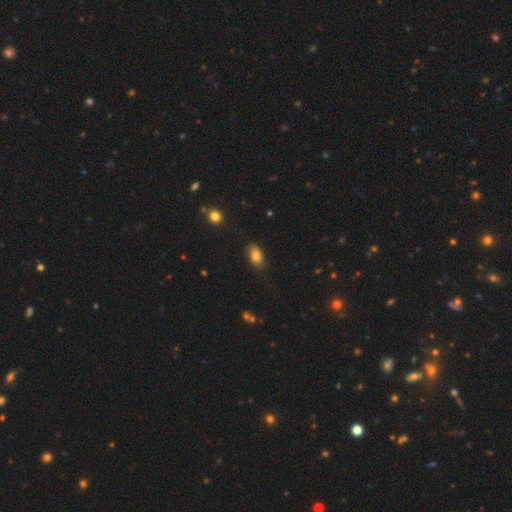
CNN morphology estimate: type=smooth (81%); roundness=in between (90%); merging=none (77%).